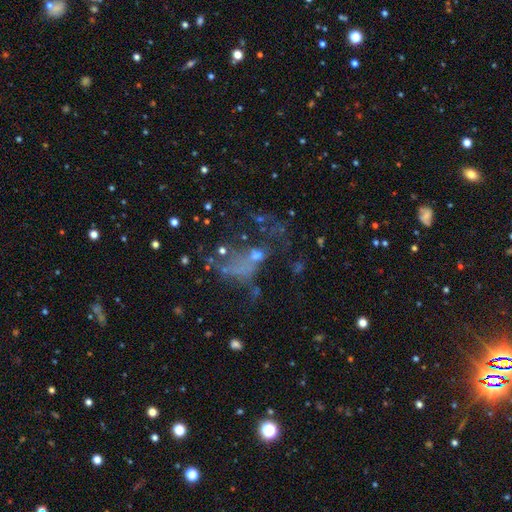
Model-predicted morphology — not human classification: Smooth or featured?
  - star or artifact: 49% *
  - featured or disk: 30%
  - smooth: 21%